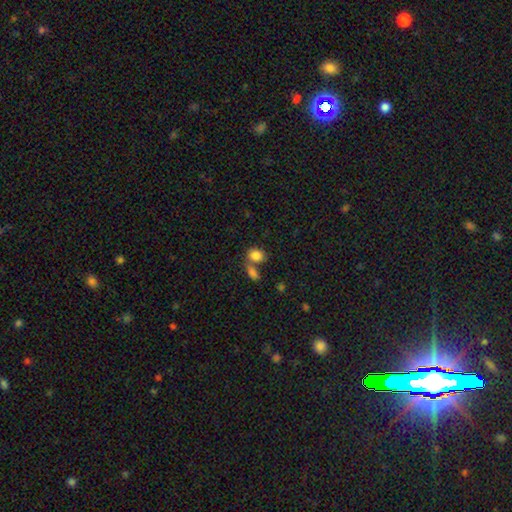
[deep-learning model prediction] smooth 84%, star or artifact 9%, featured or disk 7%. Down the decision tree: how rounded — in between (64%); merging — merger (44%).